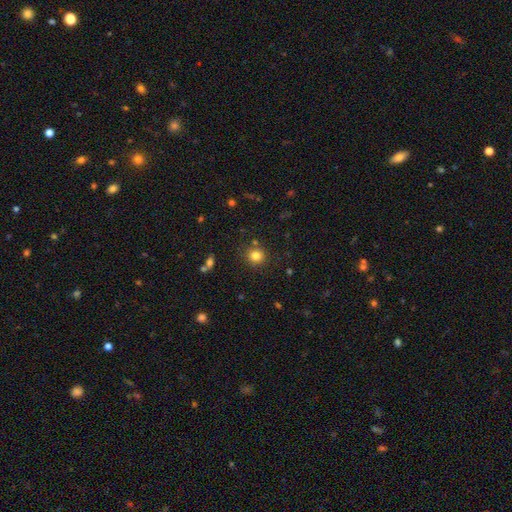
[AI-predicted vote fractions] Smooth or featured? smooth (81%)
How rounded? round (90%)
Merging? none (84%)